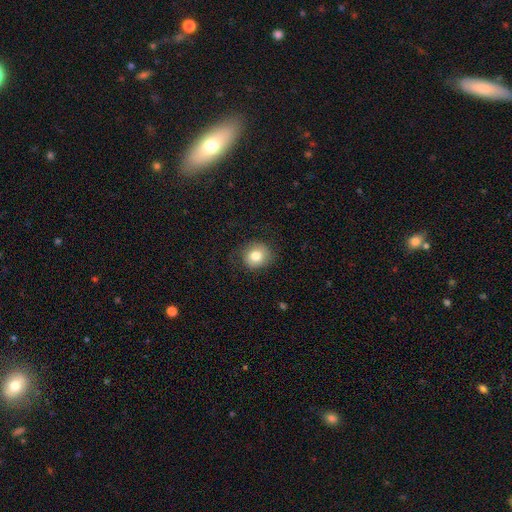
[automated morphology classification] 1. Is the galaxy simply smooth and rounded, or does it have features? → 80% smooth, 11% featured or disk, 10% star or artifact.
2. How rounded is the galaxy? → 82% round, 17% in between, 1% cigar-shaped.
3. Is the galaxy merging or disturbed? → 78% none, 15% minor disturbance, 6% major disturbance, 1% merger.